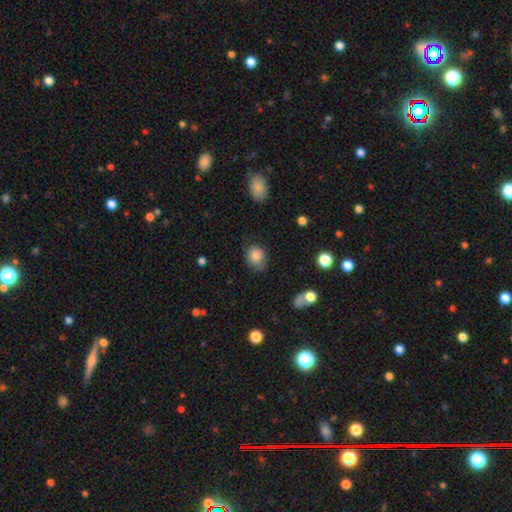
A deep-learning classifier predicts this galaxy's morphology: Smooth or featured?
  - smooth: 82% *
  - star or artifact: 10%
  - featured or disk: 8%
How rounded?
  - round: 53% *
  - in between: 46%
  - cigar-shaped: 1%
Merging?
  - none: 69% *
  - minor disturbance: 23%
  - major disturbance: 6%
  - merger: 2%